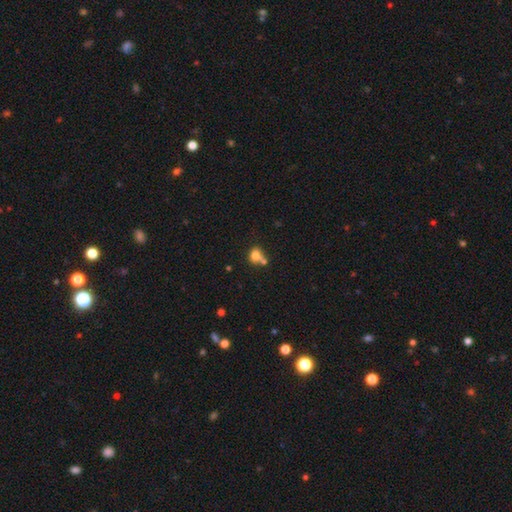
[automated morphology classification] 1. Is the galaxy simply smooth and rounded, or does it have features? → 74% smooth, 14% featured or disk, 12% star or artifact.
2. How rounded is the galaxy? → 56% round, 43% in between, 2% cigar-shaped.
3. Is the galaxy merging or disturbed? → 45% merger, 32% none, 14% minor disturbance, 9% major disturbance.